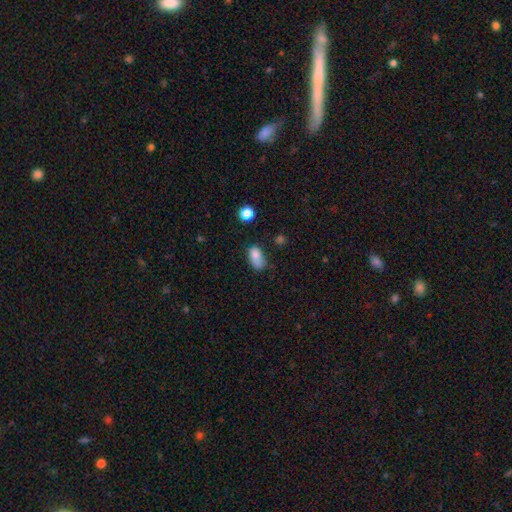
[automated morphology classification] This is likely a smooth galaxy (79%). How rounded: clearly in between (85%). Merging: marginally none (41%).